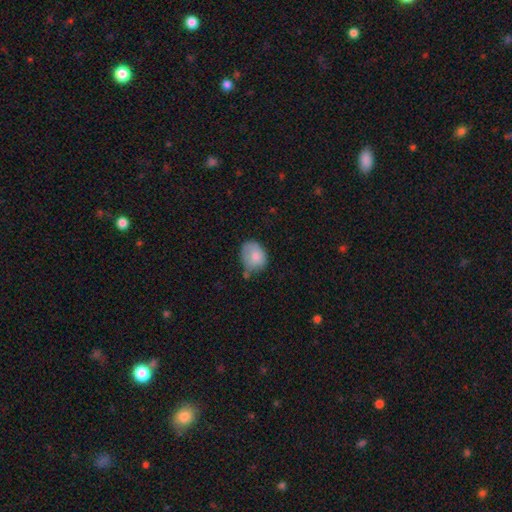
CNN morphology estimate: Overall: smooth (79%). How rounded: in between (56%; round 43%). Merging: none (41%; minor disturbance 39%).